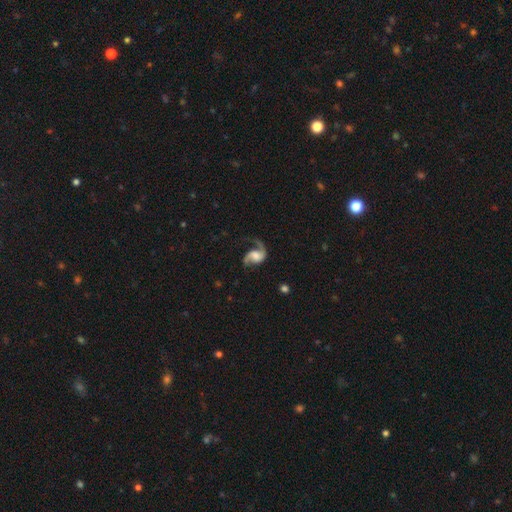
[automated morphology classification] Smooth or featured? Predicted: featured or disk (p=0.85). Edge-on disk? Predicted: no (p=0.98). Bar? Predicted: no (p=0.55). Spiral arms? Predicted: yes (p=0.96). Spiral winding? Predicted: loose (p=0.56). Spiral arm count? Predicted: 2 (p=0.79). Bulge size? Predicted: moderate (p=0.36). Merging? Predicted: none (p=0.56).